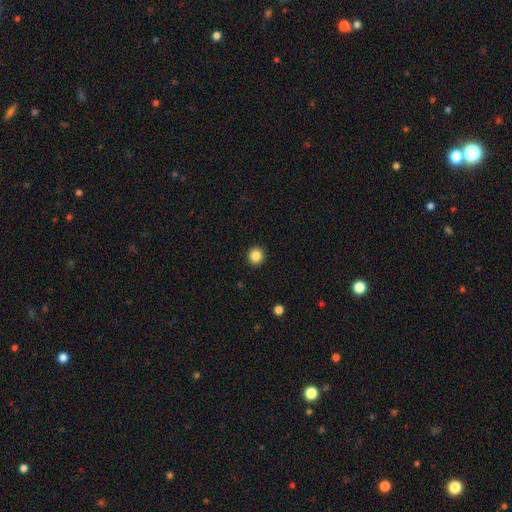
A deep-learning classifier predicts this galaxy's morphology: The model was most divided on "smooth or featured": smooth: 85%, star or artifact: 10%, featured or disk: 4%. More confident: merging — none (93%); how rounded — round (93%).